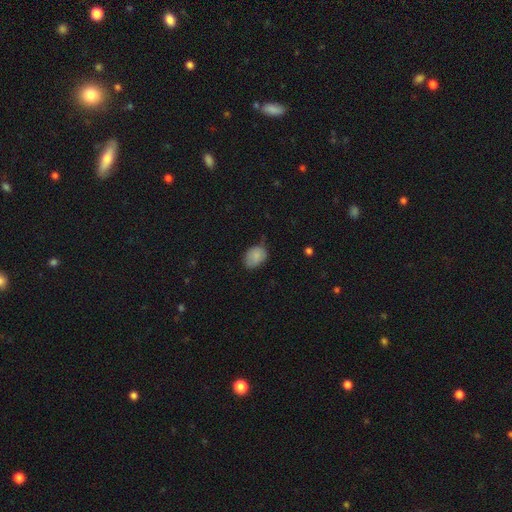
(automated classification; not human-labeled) This is clearly a smooth galaxy (85%). How rounded: likely in between (74%). Merging: likely none (62%).